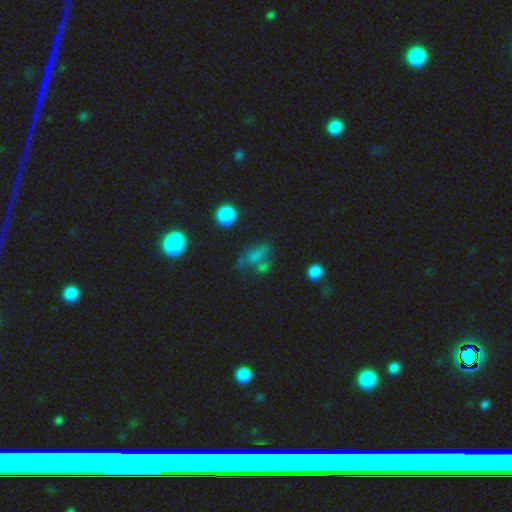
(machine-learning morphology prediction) Smooth or featured?
  - smooth: 57% *
  - star or artifact: 24%
  - featured or disk: 19%
How rounded?
  - in between: 57% *
  - round: 29%
  - cigar-shaped: 14%
Merging?
  - none: 46% *
  - minor disturbance: 19%
  - merger: 19%
  - major disturbance: 16%